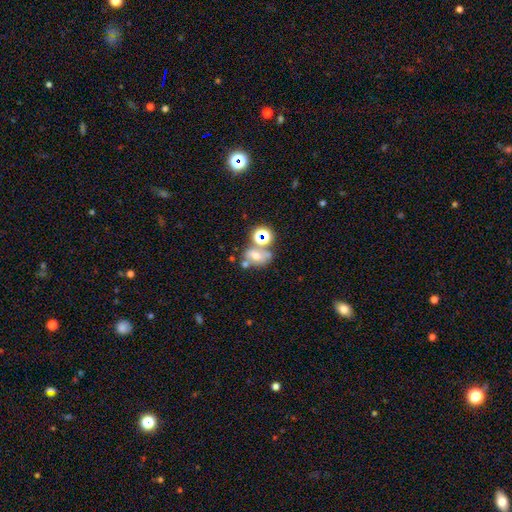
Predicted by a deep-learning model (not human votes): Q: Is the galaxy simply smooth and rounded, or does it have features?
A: smooth — 42%.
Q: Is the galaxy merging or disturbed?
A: none — 42%.